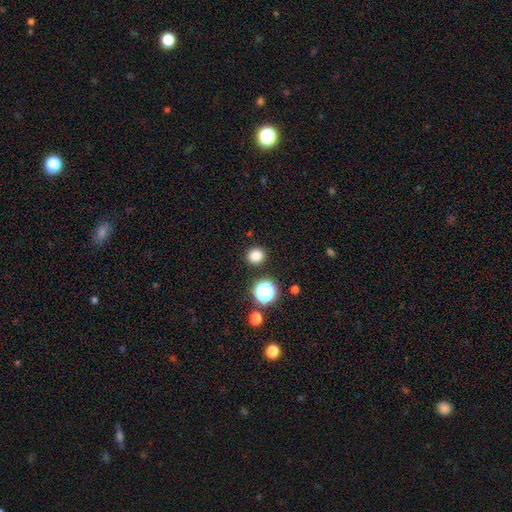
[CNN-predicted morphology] The model was most divided on "smooth or featured": smooth: 81%, star or artifact: 14%, featured or disk: 4%. More confident: merging — none (89%); how rounded — round (87%).